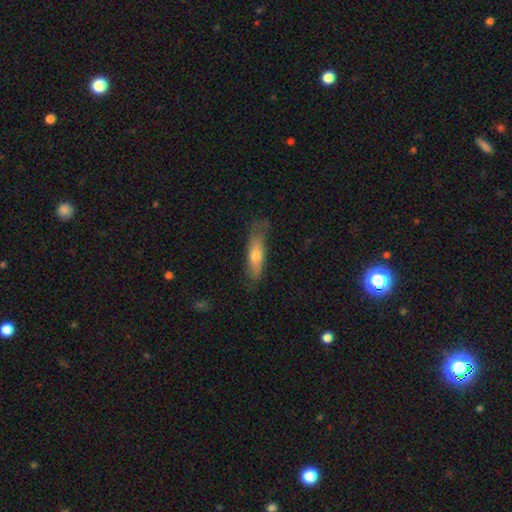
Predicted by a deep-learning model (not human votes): The model was most divided on "how rounded": cigar-shaped: 62%, in between: 36%, round: 2%. More confident: merging — none (65%); smooth or featured — smooth (64%).